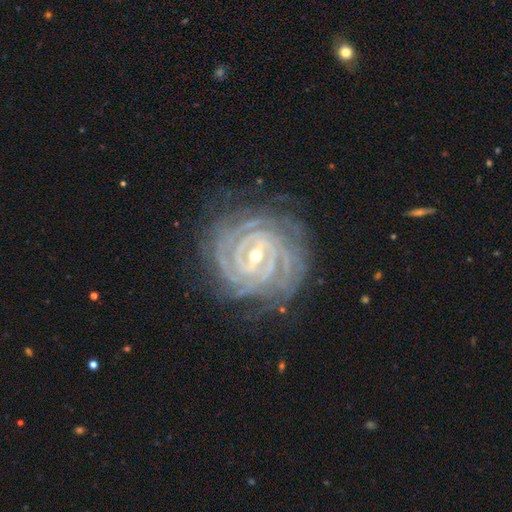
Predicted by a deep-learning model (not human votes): A featured or disk galaxy (93%) with a strong bar (55%), 4 (25%) tight (88%) spiral arms (99%) and a small central bulge (57%).

Vote fractions:
- Smooth or featured? featured or disk: 93% / star or artifact: 5% / smooth: 3%
- Edge-on disk? no: 97% / yes: 3%
- Bar? strong: 55% / weak: 35% / no: 10%
- Spiral arms? yes: 99% / no: 1%
- Spiral winding? tight: 88% / medium: 10% / loose: 2%
- Spiral arm count? 4: 25% / 2: 18% / 3: 18% / can't tell: 17% / more than 4: 15% / 1: 7%
- Bulge size? small: 57% / moderate: 40% / large: 1% / none: 1% / dominant: 1%
- Merging? none: 80% / minor disturbance: 14% / major disturbance: 5% / merger: 1%